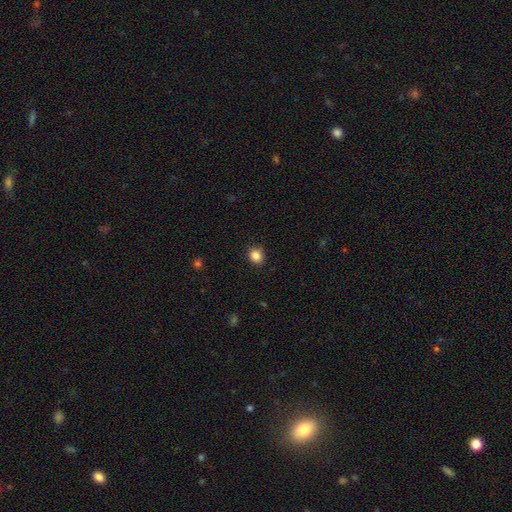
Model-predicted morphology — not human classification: Q: Smooth or featured?
A: smooth (85%); runner-up: star or artifact (11%)
Q: How rounded?
A: round (78%); runner-up: in between (21%)
Q: Merging?
A: none (90%); runner-up: minor disturbance (7%)